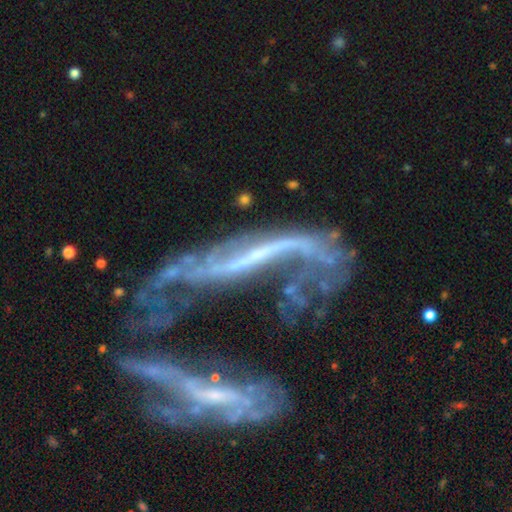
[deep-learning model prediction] A featured or disk galaxy (76%) with no bar (41%), spiral arms (60%) and no central bulge (49%). Merging: merger (54%).